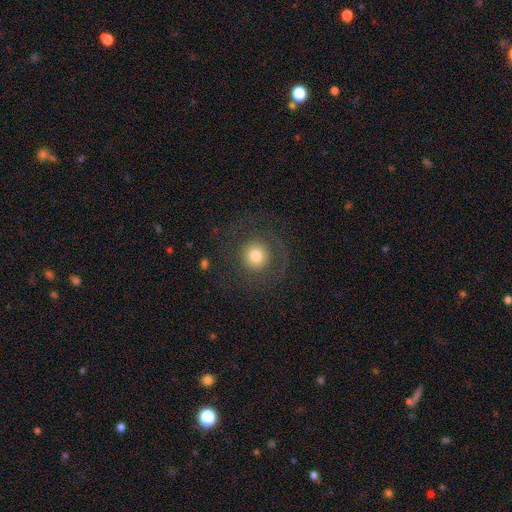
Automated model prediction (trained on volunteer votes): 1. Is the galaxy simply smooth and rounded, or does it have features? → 66% smooth, 23% featured or disk, 11% star or artifact.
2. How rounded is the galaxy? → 93% round, 6% in between, 1% cigar-shaped.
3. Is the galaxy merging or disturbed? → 77% none, 12% major disturbance, 10% minor disturbance, 1% merger.